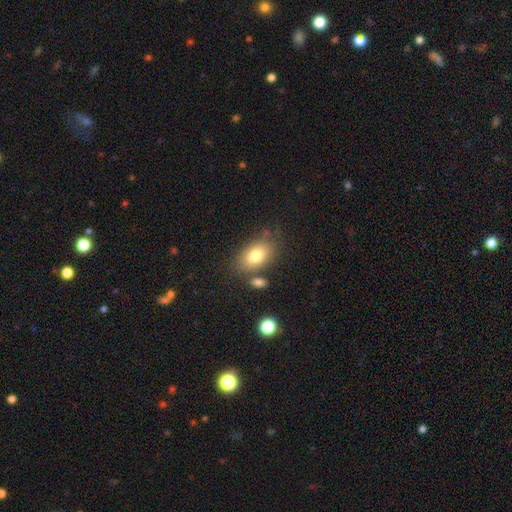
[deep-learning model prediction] Smooth or featured?
  - smooth: 79% *
  - featured or disk: 13%
  - star or artifact: 8%
How rounded?
  - in between: 87% *
  - round: 11%
  - cigar-shaped: 2%
Merging?
  - none: 71% *
  - minor disturbance: 14%
  - merger: 11%
  - major disturbance: 4%